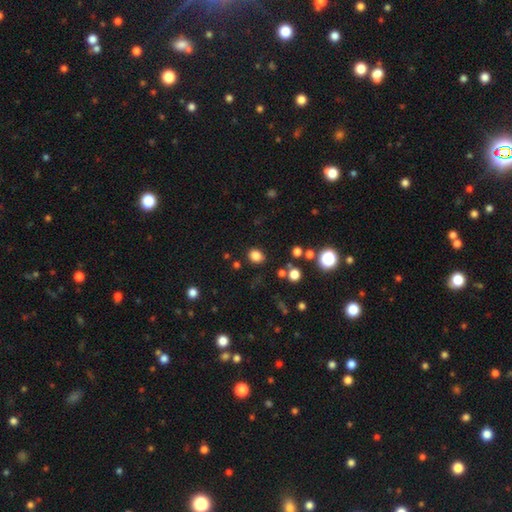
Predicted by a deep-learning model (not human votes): This is clearly a smooth galaxy (81%). How rounded: possibly round (54%). Merging: clearly none (84%).